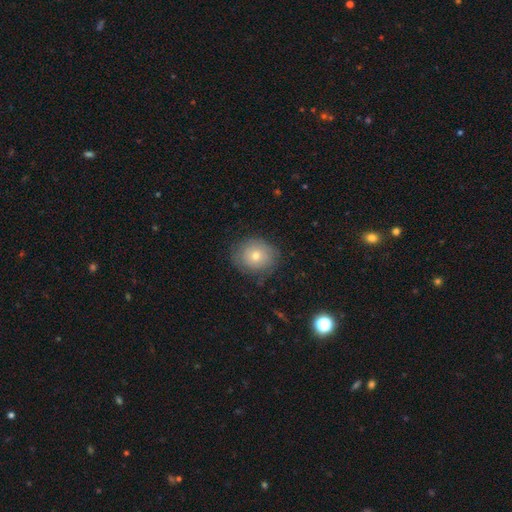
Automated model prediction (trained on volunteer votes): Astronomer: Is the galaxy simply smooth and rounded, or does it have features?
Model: smooth — 62%.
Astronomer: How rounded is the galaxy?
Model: round — 71%.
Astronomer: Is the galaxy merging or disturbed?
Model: none — 79%.